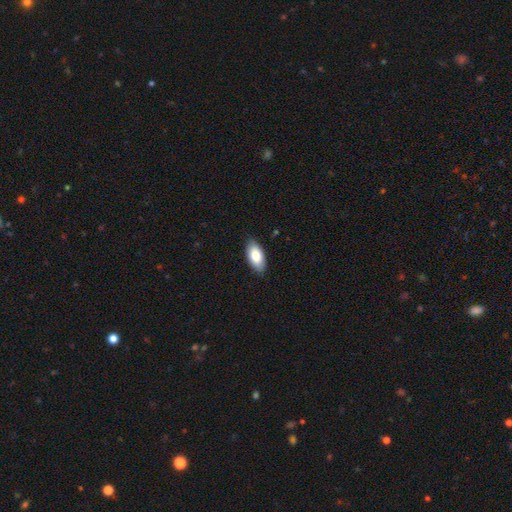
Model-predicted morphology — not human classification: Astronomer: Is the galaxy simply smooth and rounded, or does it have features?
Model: smooth — 80%.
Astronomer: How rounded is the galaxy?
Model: in between — 92%.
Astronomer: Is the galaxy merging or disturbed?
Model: none — 86%.